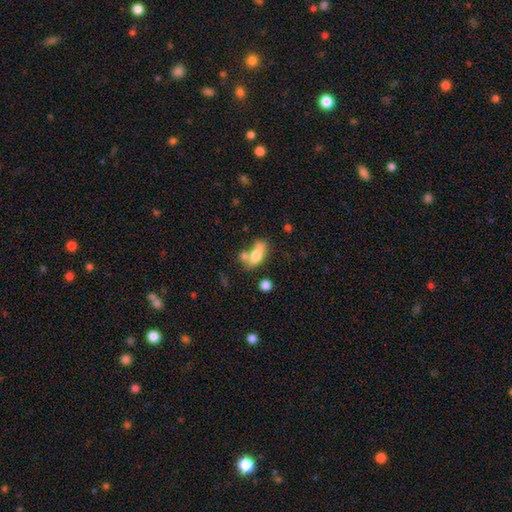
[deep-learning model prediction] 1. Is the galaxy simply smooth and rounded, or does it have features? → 67% smooth, 24% featured or disk, 9% star or artifact.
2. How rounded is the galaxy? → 76% in between, 15% cigar-shaped, 9% round.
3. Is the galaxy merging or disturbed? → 37% merger, 36% none, 16% minor disturbance, 11% major disturbance.